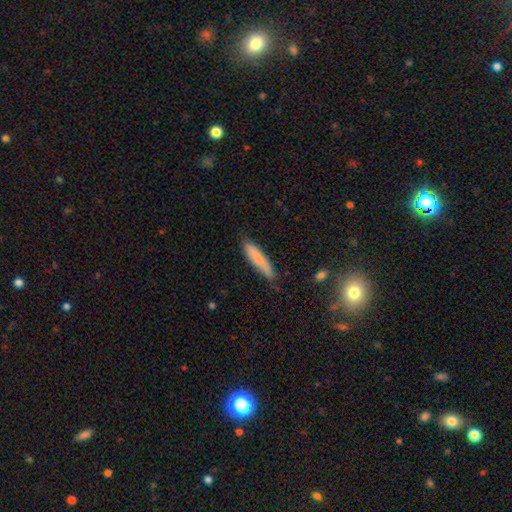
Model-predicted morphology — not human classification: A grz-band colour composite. It shows a smooth galaxy with no disk features (76%) that is cigar-shaped (90%). Merging: none (83%).